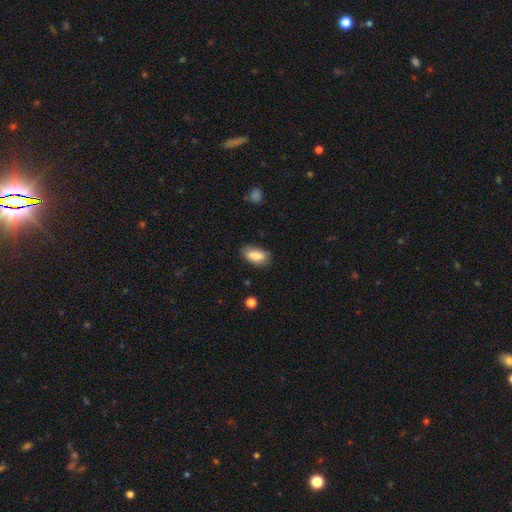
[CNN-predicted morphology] type=smooth (86%); roundness=in between (89%); merging=none (80%).